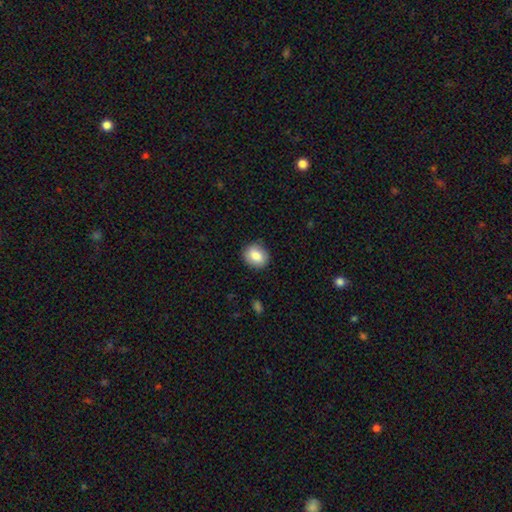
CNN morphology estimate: A smooth galaxy with no disk features (84%) that is round (60%).

Vote fractions:
- Smooth or featured? smooth: 84% / featured or disk: 8% / star or artifact: 8%
- How rounded? round: 60% / in between: 39% / cigar-shaped: 1%
- Merging? none: 86% / minor disturbance: 11% / major disturbance: 2% / merger: 1%